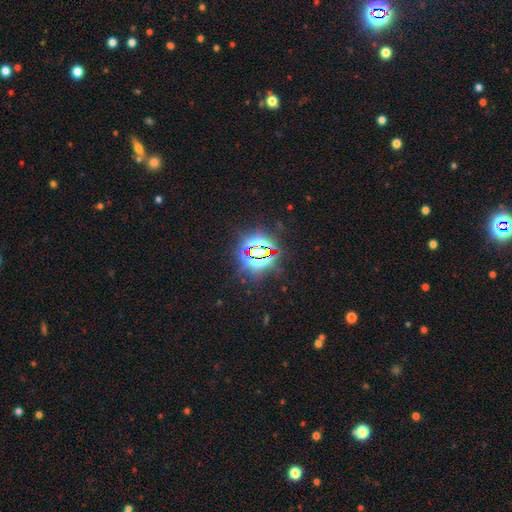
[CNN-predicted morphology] Smooth or featured: star or artifact — 81% (smooth — 10%)